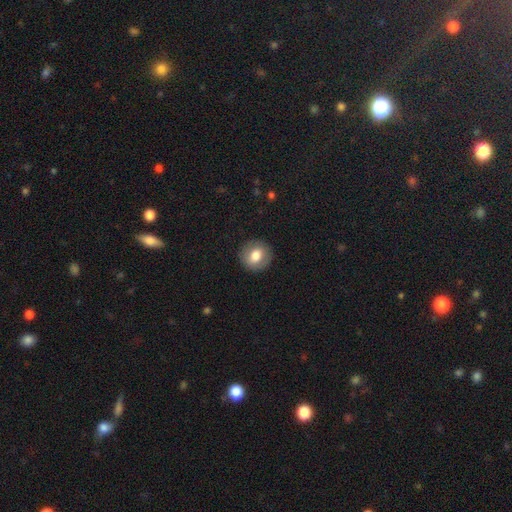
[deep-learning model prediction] This appears to be a smooth galaxy with no disk features (76%) that is round (88%). Merging: none (90%).